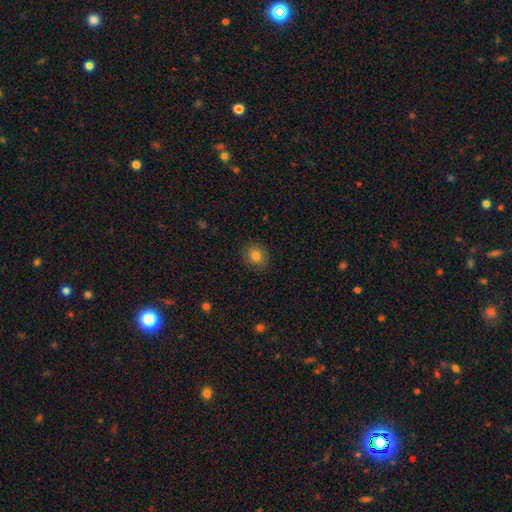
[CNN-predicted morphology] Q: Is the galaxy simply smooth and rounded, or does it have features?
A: smooth — 82%.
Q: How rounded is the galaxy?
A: round — 74%.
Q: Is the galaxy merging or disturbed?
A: none — 87%.